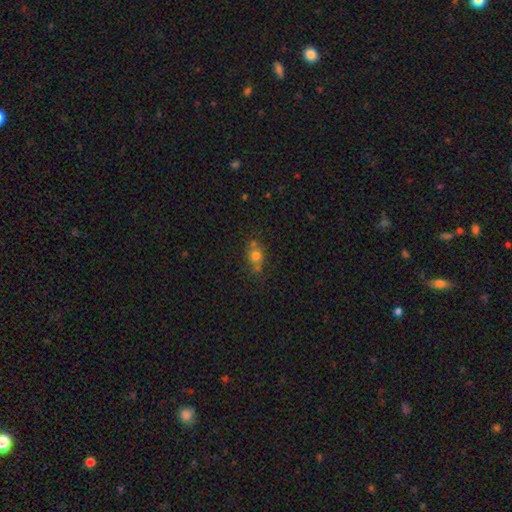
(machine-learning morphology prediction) smooth_or_featured: smooth (p=0.71) [alt: star or artifact p=0.16]
how_rounded: round (p=0.67) [alt: in between p=0.31]
merging: none (p=0.56) [alt: merger p=0.21]